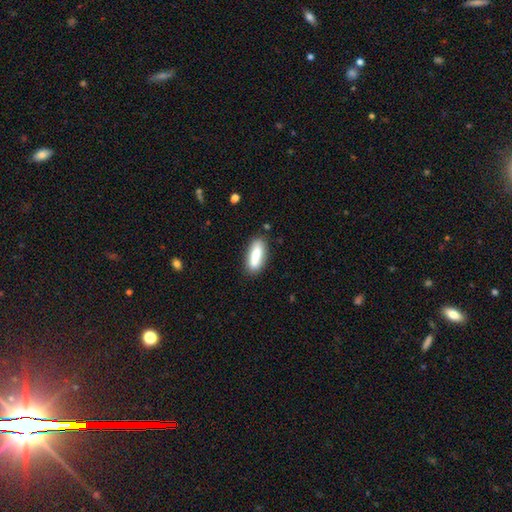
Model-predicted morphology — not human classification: Q: Smooth or featured?
A: smooth (83%); runner-up: featured or disk (11%)
Q: How rounded?
A: in between (63%); runner-up: cigar-shaped (35%)
Q: Merging?
A: none (82%); runner-up: minor disturbance (13%)